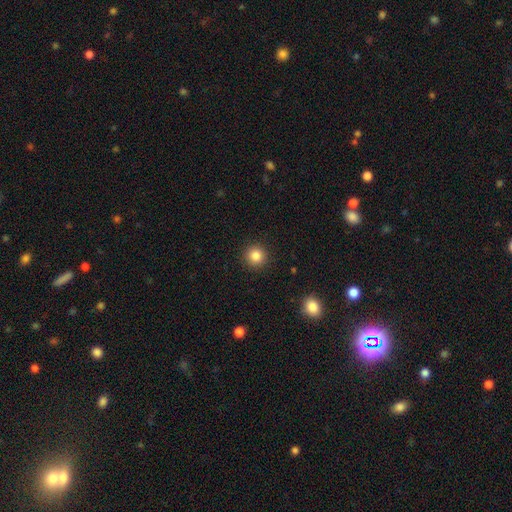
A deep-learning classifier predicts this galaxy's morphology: Smooth or featured? smooth (84%)
How rounded? round (94%)
Merging? none (92%)